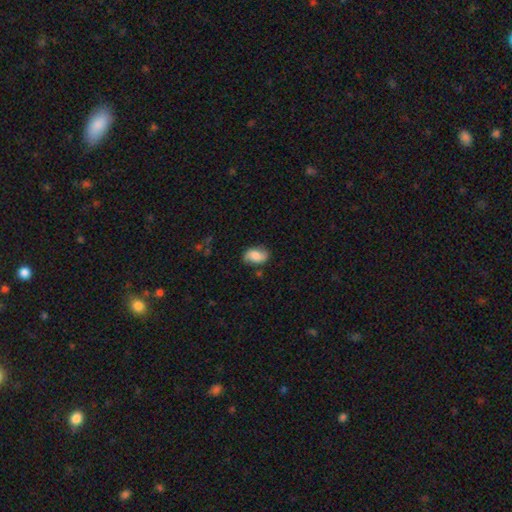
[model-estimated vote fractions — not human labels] smooth 65%, featured or disk 27%, star or artifact 8%. Down the decision tree: how rounded — in between (88%); merging — none (72%).